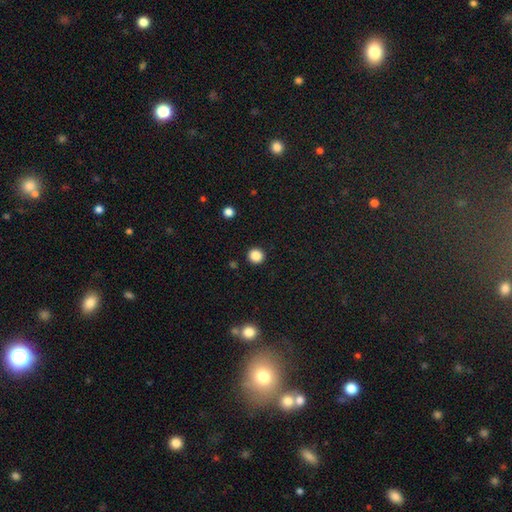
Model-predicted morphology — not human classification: A smooth galaxy with no disk features (86%) that is round (94%). Merging: none (93%).